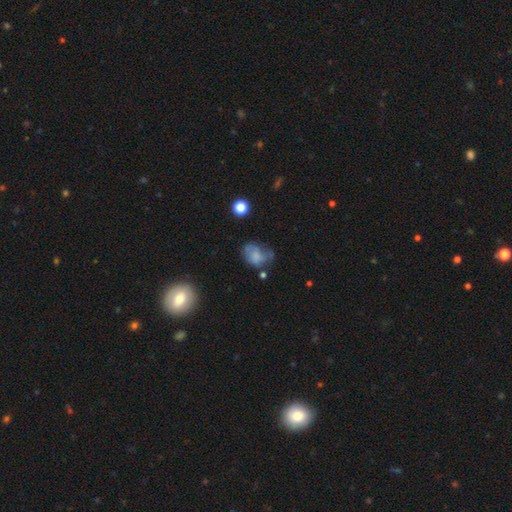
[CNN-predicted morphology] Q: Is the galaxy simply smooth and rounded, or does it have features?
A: smooth — 61%.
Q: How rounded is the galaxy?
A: in between — 67%.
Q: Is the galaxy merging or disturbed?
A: none — 36%.